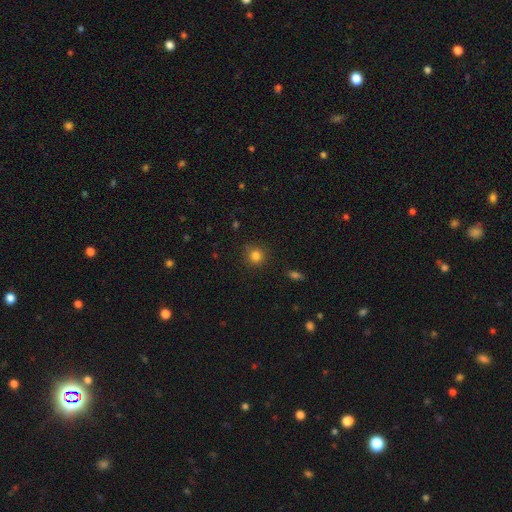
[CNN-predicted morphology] smooth_or_featured: smooth (p=0.82) [alt: star or artifact p=0.13]
how_rounded: round (p=0.91) [alt: in between p=0.08]
merging: none (p=0.85) [alt: minor disturbance p=0.10]